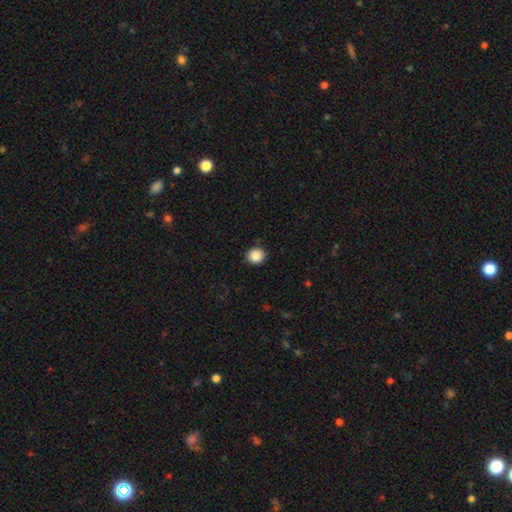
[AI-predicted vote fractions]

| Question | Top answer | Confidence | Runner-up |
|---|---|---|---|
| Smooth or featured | smooth | 88% | star or artifact (9%) |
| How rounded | round | 88% | in between (11%) |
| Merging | none | 89% | minor disturbance (8%) |